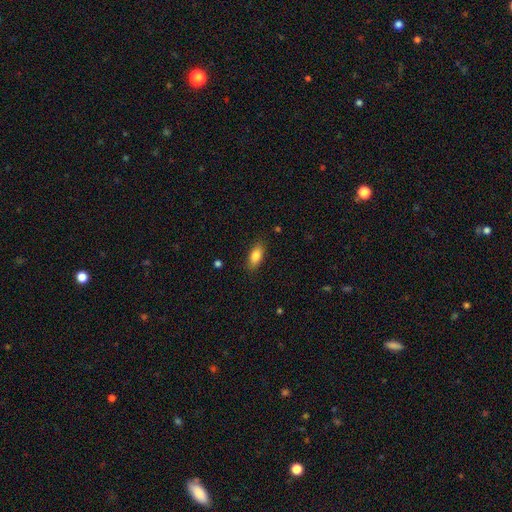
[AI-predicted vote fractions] Smooth or featured: smooth — 83% (featured or disk — 9%)
How rounded: in between — 85% (cigar-shaped — 11%)
Merging: none — 85% (minor disturbance — 11%)